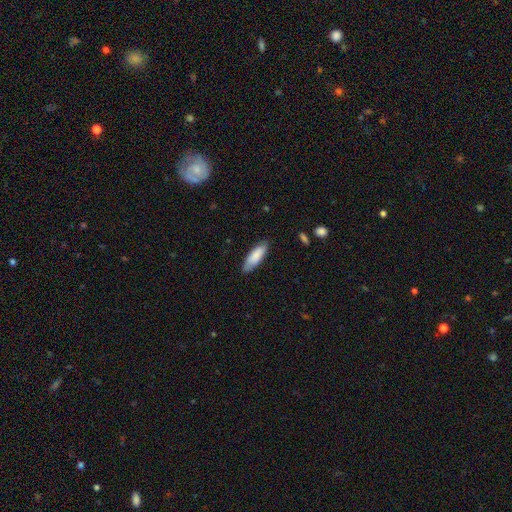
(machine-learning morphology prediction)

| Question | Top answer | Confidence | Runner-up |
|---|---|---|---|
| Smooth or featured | smooth | 80% | featured or disk (14%) |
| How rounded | in between | 57% | cigar-shaped (41%) |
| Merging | none | 82% | minor disturbance (15%) |